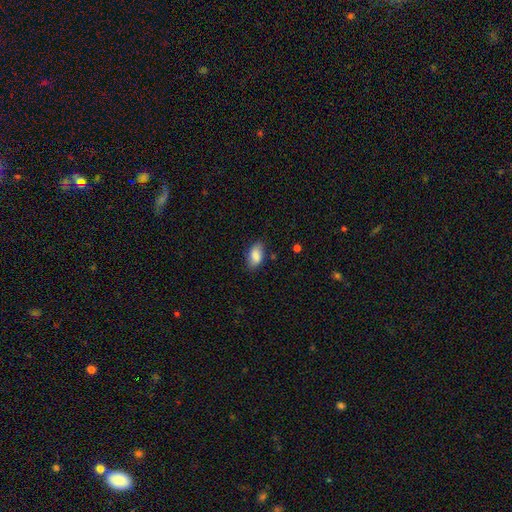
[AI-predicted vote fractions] smooth 85%, featured or disk 8%, star or artifact 7%. Down the decision tree: how rounded — in between (92%); merging — none (78%).